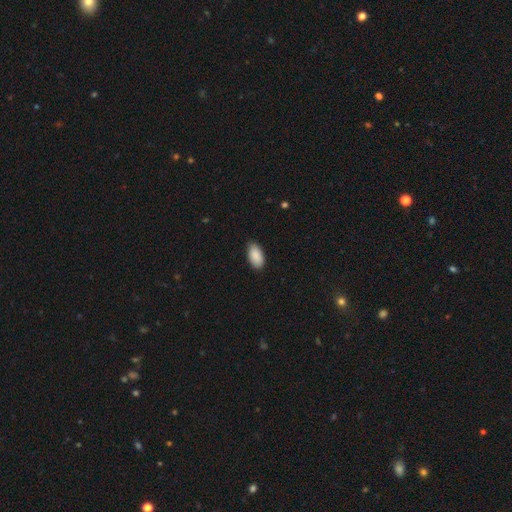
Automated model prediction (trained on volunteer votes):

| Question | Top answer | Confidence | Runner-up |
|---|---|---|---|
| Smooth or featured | smooth | 90% | star or artifact (6%) |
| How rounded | in between | 95% | round (3%) |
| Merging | none | 82% | minor disturbance (15%) |